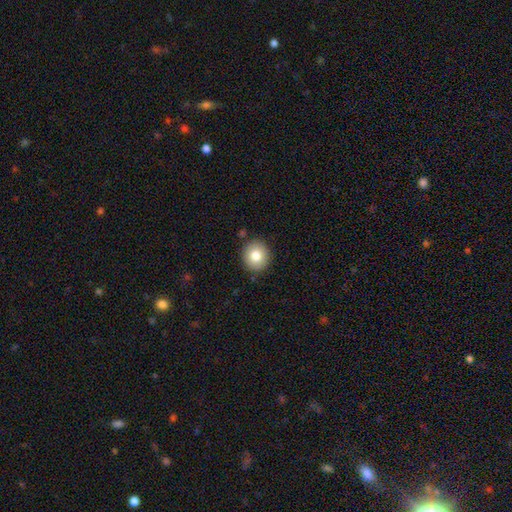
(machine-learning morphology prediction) A smooth galaxy with no disk features (79%) that is round (84%).

Vote fractions:
- Smooth or featured? smooth: 79% / featured or disk: 11% / star or artifact: 9%
- How rounded? round: 84% / in between: 15% / cigar-shaped: 1%
- Merging? none: 88% / minor disturbance: 8% / major disturbance: 2% / merger: 2%